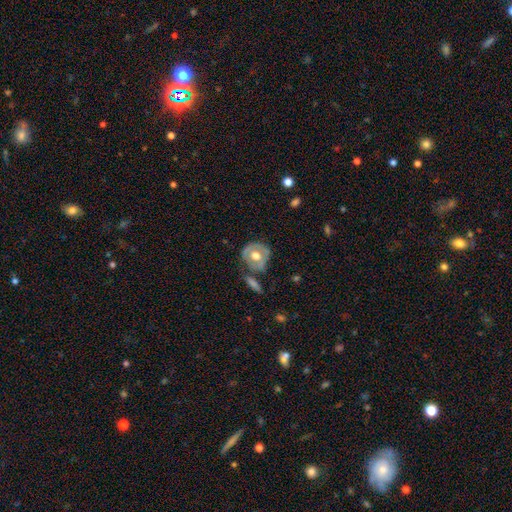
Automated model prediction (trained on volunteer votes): The model was most divided on "smooth or featured": featured or disk: 51%, smooth: 43%, star or artifact: 6%. More confident: edge-on disk — no (93%); merging — none (63%).